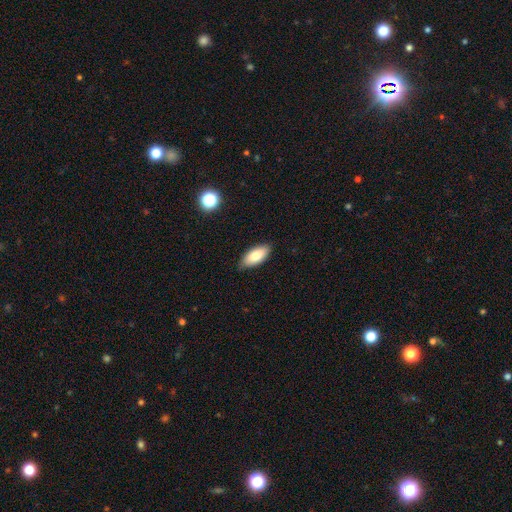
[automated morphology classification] smooth-or-featured: smooth: 80% | featured or disk: 13% | star or artifact: 7%
  how-rounded: in between: 89% | cigar-shaped: 9% | round: 2%
  merging: none: 84% | minor disturbance: 12% | major disturbance: 2% | merger: 1%